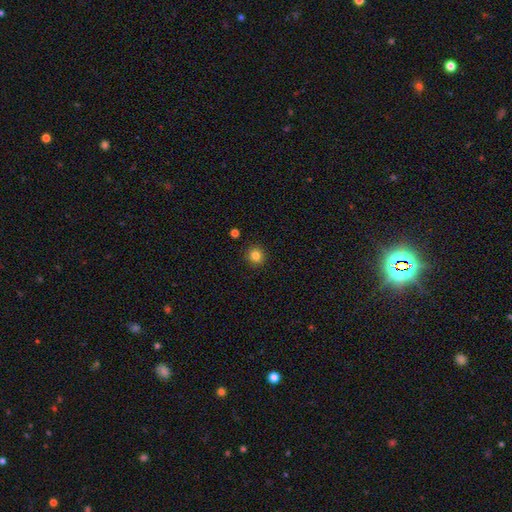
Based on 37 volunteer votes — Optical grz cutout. It shows a smooth galaxy with no disk features (92%) that is round (82%). Merging: none (86%).